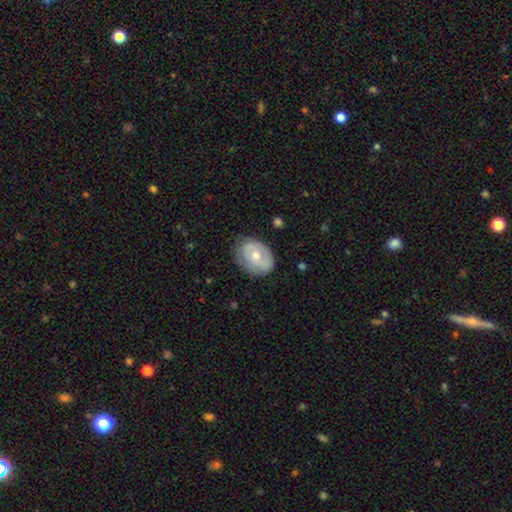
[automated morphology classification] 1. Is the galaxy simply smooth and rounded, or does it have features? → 49% smooth, 45% featured or disk, 6% star or artifact.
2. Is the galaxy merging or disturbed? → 69% none, 23% minor disturbance, 6% major disturbance, 1% merger.